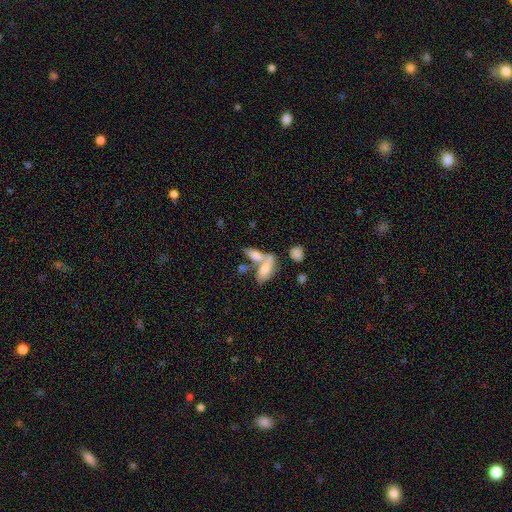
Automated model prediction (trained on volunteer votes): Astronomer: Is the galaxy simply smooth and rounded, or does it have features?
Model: smooth — 69%.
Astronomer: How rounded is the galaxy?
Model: in between — 75%.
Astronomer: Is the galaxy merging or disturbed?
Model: merger — 56%.